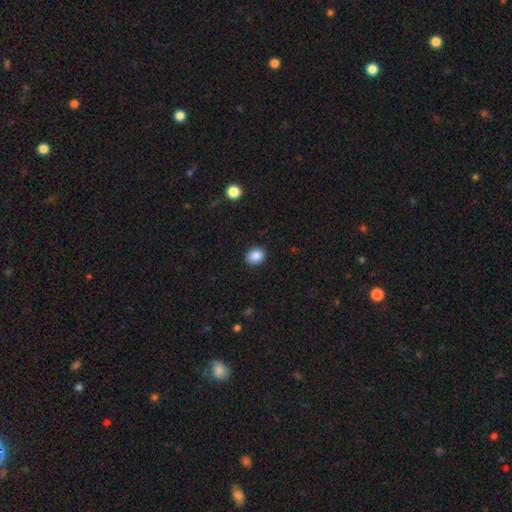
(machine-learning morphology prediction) This is clearly a smooth galaxy (87%). How rounded: likely round (60%). Merging: clearly none (90%).